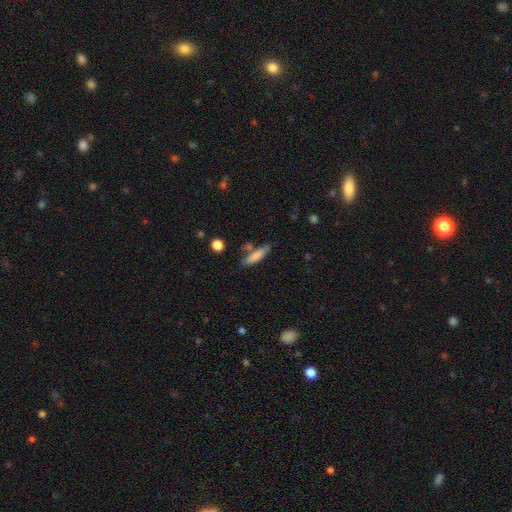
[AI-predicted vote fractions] A smooth galaxy with no disk features (80%) that is cigar-shaped (70%).

Vote fractions:
- Smooth or featured? smooth: 80% / featured or disk: 13% / star or artifact: 7%
- How rounded? cigar-shaped: 70% / in between: 27% / round: 3%
- Merging? none: 71% / minor disturbance: 16% / merger: 9% / major disturbance: 4%